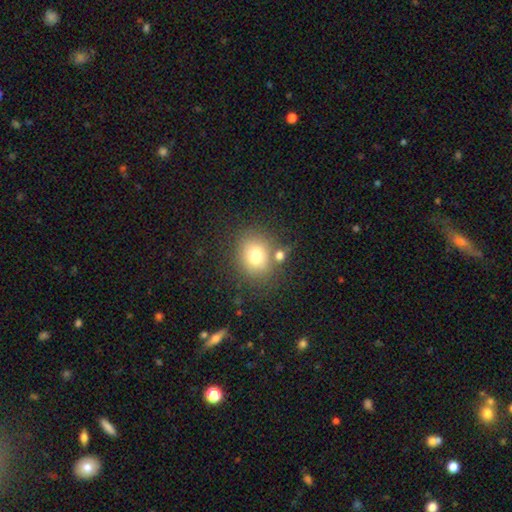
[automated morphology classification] This is likely a smooth galaxy (75%). How rounded: likely round (72%). Merging: likely none (70%).